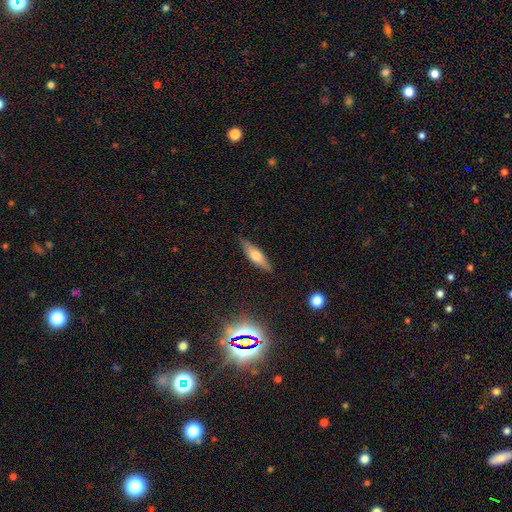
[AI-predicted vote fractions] Smooth or featured: smooth — 56% (featured or disk — 36%)
How rounded: cigar-shaped — 56% (in between — 42%)
Merging: none — 86% (minor disturbance — 11%)